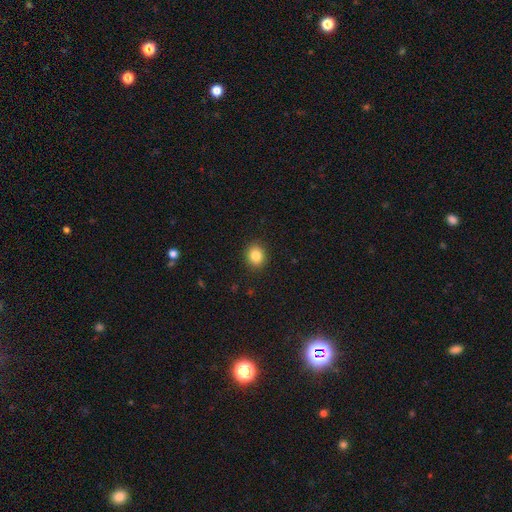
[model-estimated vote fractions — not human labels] Overall: smooth (85%). How rounded: round (69%; in between 30%). Merging: none (91%).